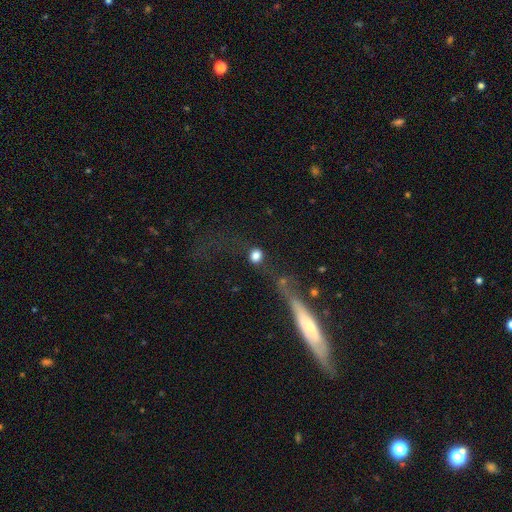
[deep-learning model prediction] Morphology: type=smooth (80%); roundness=round (67%); merging=none (57%).